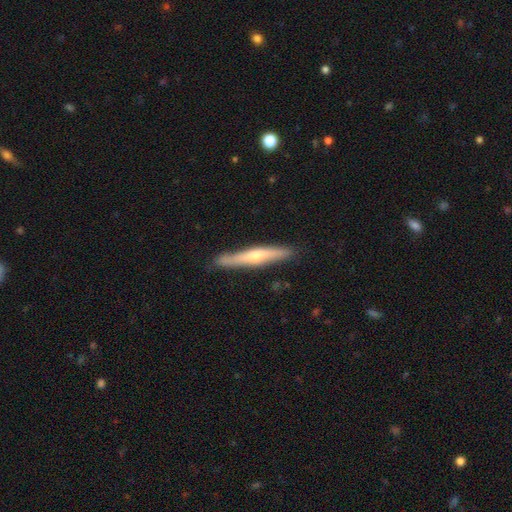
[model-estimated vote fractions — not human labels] This appears to be a featured or disk galaxy (52%) viewed edge-on (92%). Merging: none (86%).